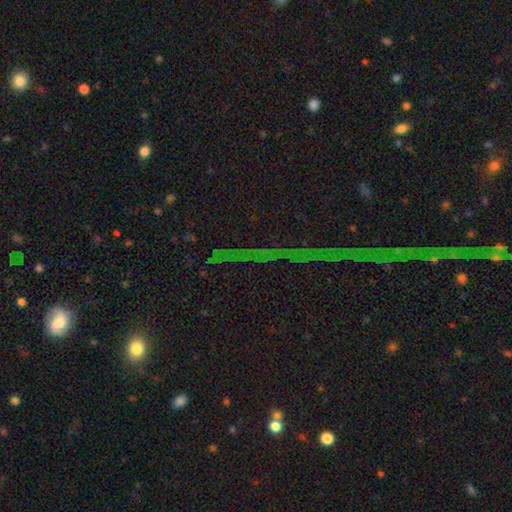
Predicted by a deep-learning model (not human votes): Q: Smooth or featured?
A: star or artifact (80%); runner-up: smooth (11%)